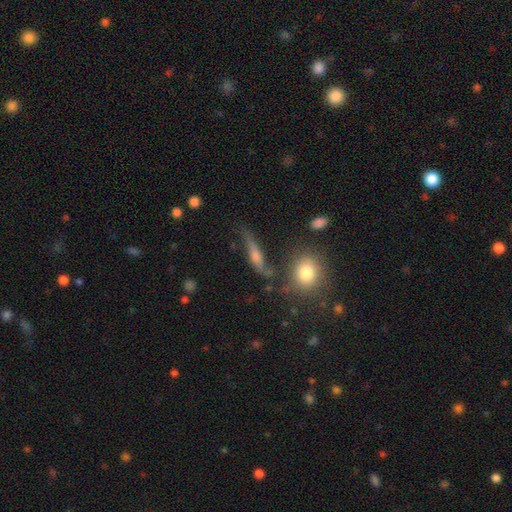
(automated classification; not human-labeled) smooth_or_featured: featured or disk (p=0.49) [alt: smooth p=0.38]
merging: none (p=0.59) [alt: minor disturbance p=0.22]